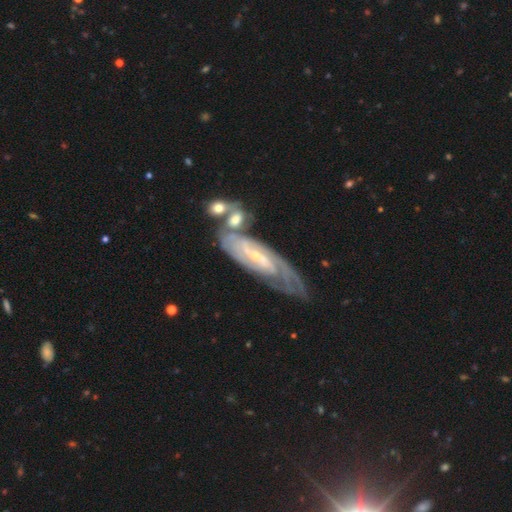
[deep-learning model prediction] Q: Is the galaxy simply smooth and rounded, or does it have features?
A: featured or disk — 86%.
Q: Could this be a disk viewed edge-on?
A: no — 87%.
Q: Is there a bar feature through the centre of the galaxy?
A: weak — 43%.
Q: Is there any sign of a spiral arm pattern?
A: yes — 95%.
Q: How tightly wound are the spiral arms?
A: tight — 68%.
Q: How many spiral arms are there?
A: can't tell — 43%.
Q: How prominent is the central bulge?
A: small — 75%.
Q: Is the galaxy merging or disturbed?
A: none — 51%.